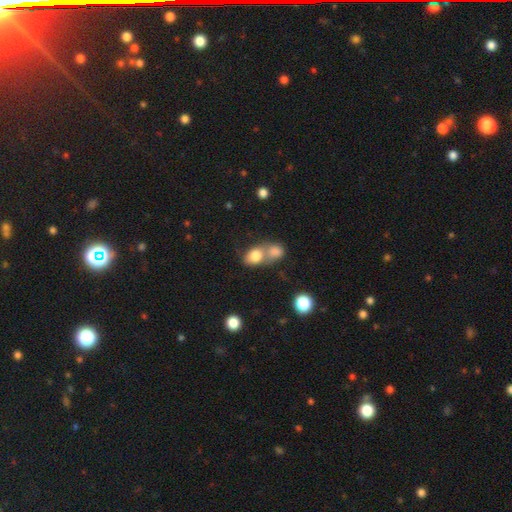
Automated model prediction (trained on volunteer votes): This is likely a smooth galaxy (80%). How rounded: likely in between (61%). Merging: likely merger (63%).